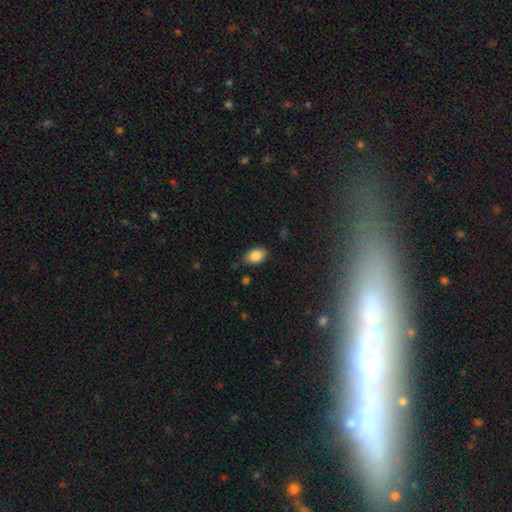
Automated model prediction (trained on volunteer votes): Smooth or featured? Predicted: smooth (p=0.87). How rounded? Predicted: in between (p=0.88). Merging? Predicted: none (p=0.82).